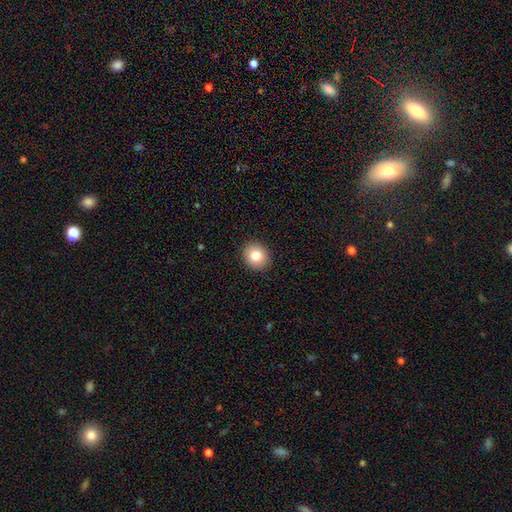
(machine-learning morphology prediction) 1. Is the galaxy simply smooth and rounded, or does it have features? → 81% smooth, 10% star or artifact, 9% featured or disk.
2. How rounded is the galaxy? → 75% round, 24% in between, 1% cigar-shaped.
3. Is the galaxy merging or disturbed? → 91% none, 6% minor disturbance, 2% major disturbance, 1% merger.